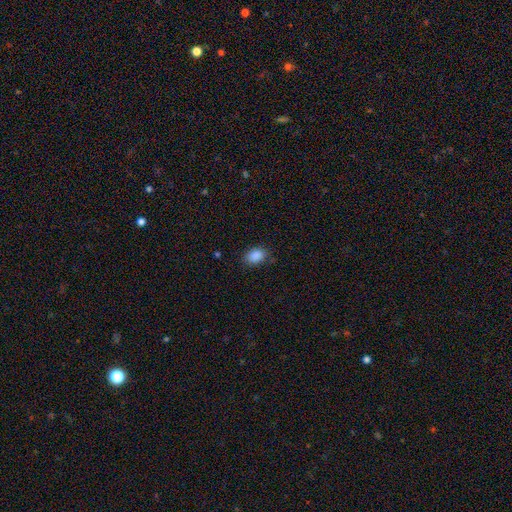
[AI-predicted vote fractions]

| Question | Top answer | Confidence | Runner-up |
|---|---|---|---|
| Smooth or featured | smooth | 88% | star or artifact (8%) |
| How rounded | in between | 80% | round (19%) |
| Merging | none | 80% | minor disturbance (15%) |